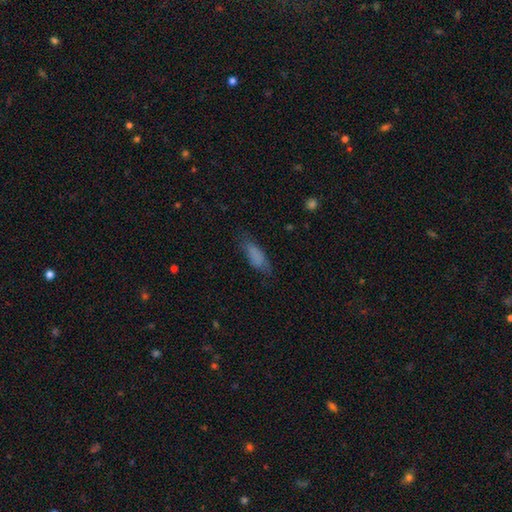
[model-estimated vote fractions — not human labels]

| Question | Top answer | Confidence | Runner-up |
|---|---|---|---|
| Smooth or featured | smooth | 77% | featured or disk (14%) |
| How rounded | in between | 63% | cigar-shaped (34%) |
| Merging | none | 66% | minor disturbance (23%) |